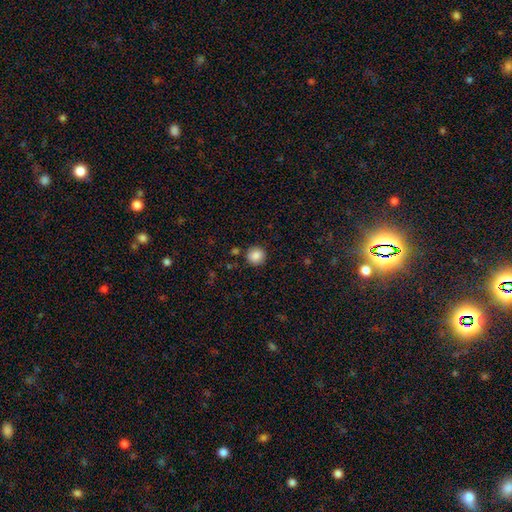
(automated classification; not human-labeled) smooth_or_featured: smooth (p=0.88) [alt: star or artifact p=0.09]
how_rounded: round (p=0.93) [alt: in between p=0.06]
merging: none (p=0.89) [alt: minor disturbance p=0.07]